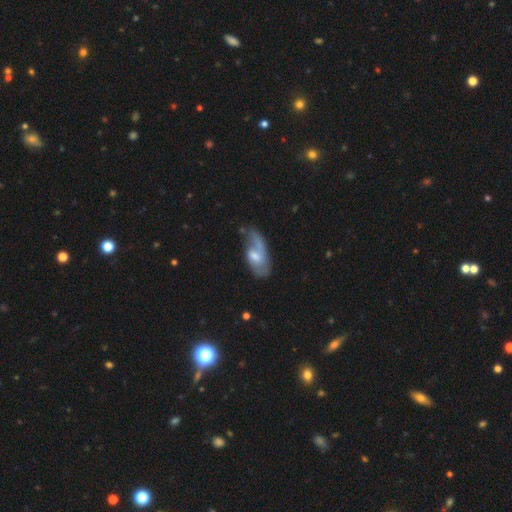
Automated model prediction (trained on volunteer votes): smooth_or_featured: featured or disk (p=0.61) [alt: smooth p=0.33]
disk_edge_on: no (p=0.93) [alt: yes p=0.07]
bar: weak (p=0.47) [alt: no p=0.44]
has_spiral_arms: yes (p=0.77) [alt: no p=0.23]
bulge_size: moderate (p=0.49) [alt: small p=0.33]
merging: none (p=0.41) [alt: minor disturbance p=0.28]